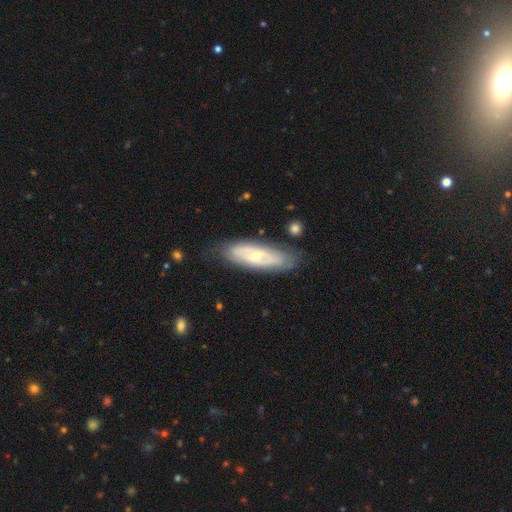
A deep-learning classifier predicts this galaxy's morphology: featured or disk 61%, smooth 32%, star or artifact 6%. Down the decision tree: edge-on disk — no (76%); merging — none (74%).